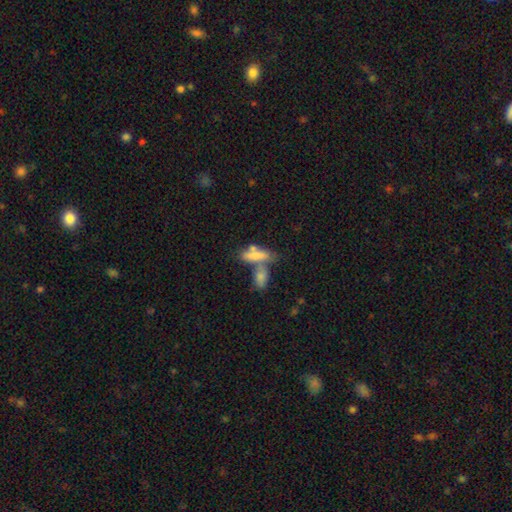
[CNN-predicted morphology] This is likely a smooth galaxy (70%). How rounded: possibly in between (58%). Merging: possibly merger (53%).